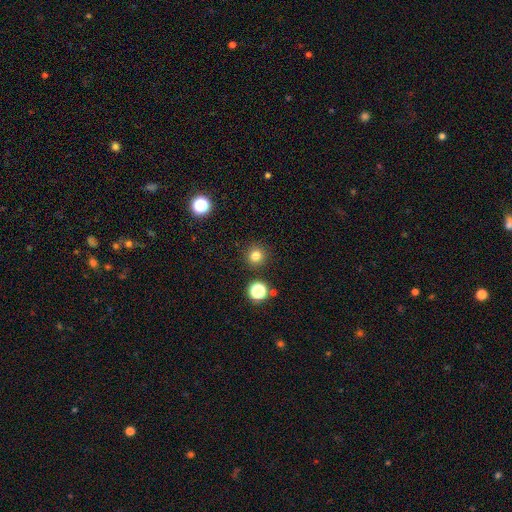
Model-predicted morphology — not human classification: Smooth or featured?
  - smooth: 79% *
  - star or artifact: 15%
  - featured or disk: 5%
How rounded?
  - round: 93% *
  - in between: 6%
  - cigar-shaped: 1%
Merging?
  - none: 90% *
  - minor disturbance: 6%
  - merger: 3%
  - major disturbance: 2%